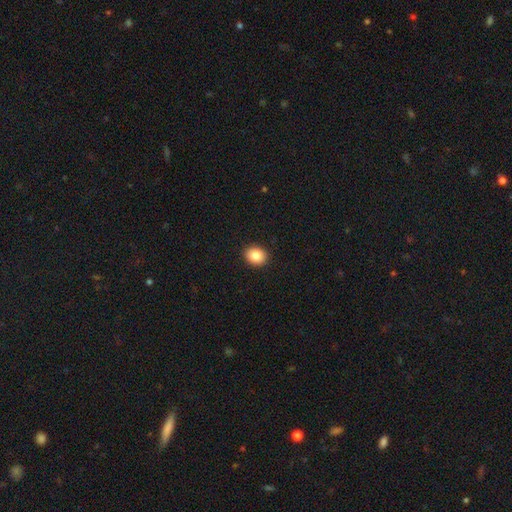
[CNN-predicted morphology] Q: Smooth or featured?
A: smooth (85%); runner-up: star or artifact (9%)
Q: How rounded?
A: round (62%); runner-up: in between (37%)
Q: Merging?
A: none (92%); runner-up: minor disturbance (5%)